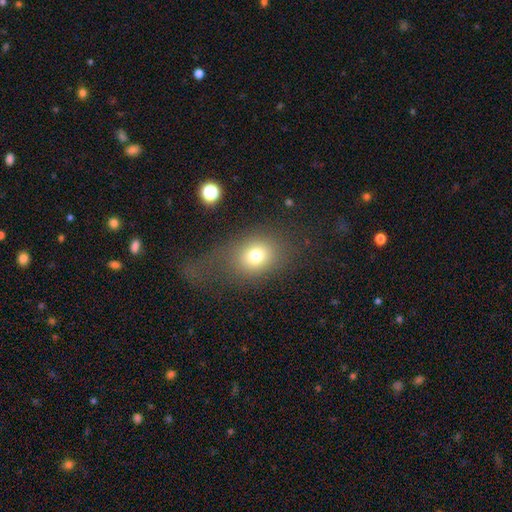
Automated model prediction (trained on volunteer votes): Overall: smooth (75%). How rounded: round (51%; in between 48%). Merging: none (50%; major disturbance 29%).